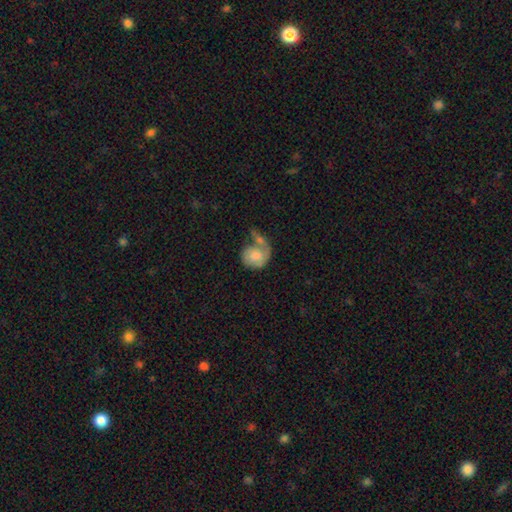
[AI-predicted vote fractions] Smooth or featured?
  - smooth: 63% *
  - featured or disk: 31%
  - star or artifact: 6%
How rounded?
  - round: 76% *
  - in between: 23%
  - cigar-shaped: 1%
Merging?
  - merger: 35% *
  - none: 29%
  - major disturbance: 19%
  - minor disturbance: 17%